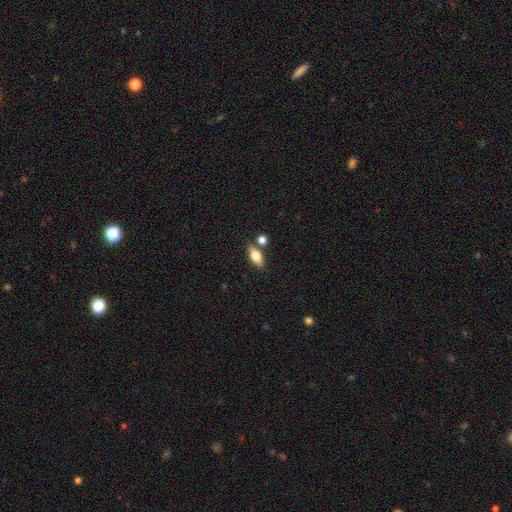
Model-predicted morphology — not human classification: Q: Smooth or featured?
A: smooth (73%); runner-up: featured or disk (19%)
Q: How rounded?
A: in between (82%); runner-up: cigar-shaped (12%)
Q: Merging?
A: none (73%); runner-up: merger (12%)